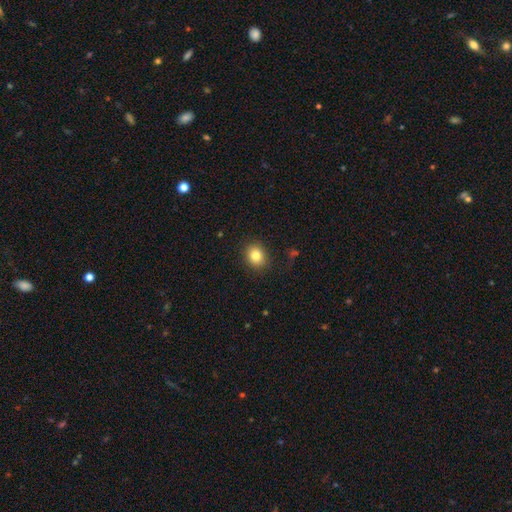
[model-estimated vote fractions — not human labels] Smooth or featured? smooth (82%)
How rounded? round (65%)
Merging? none (86%)